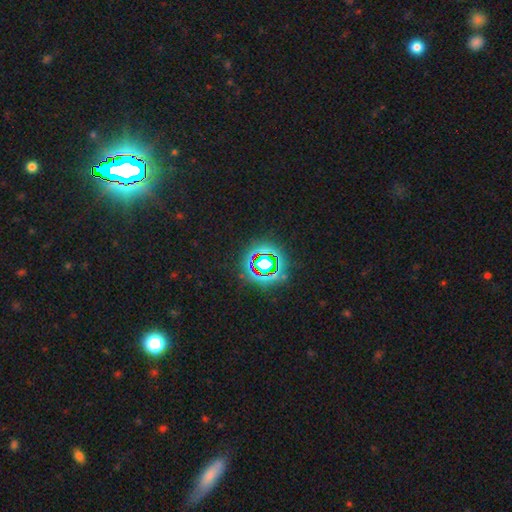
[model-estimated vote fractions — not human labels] Smooth or featured?
  - star or artifact: 73% *
  - smooth: 17%
  - featured or disk: 10%